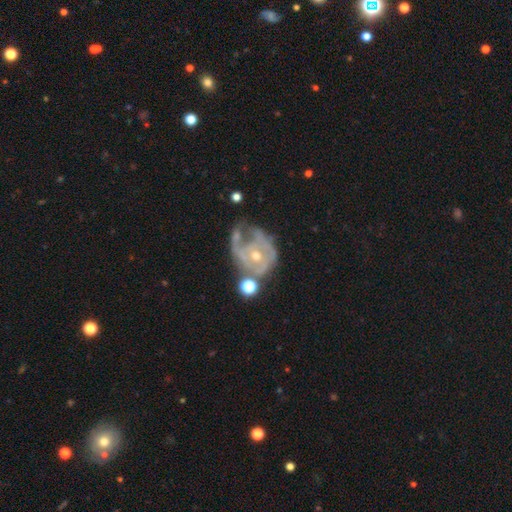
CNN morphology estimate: type=featured or disk (76%); edge-on=no (97%); bar=no (76%); spiral arms=yes (73%); winding=tight (50%); arm count=can't tell (39%); bulge=small (59%); merging=none (31%).